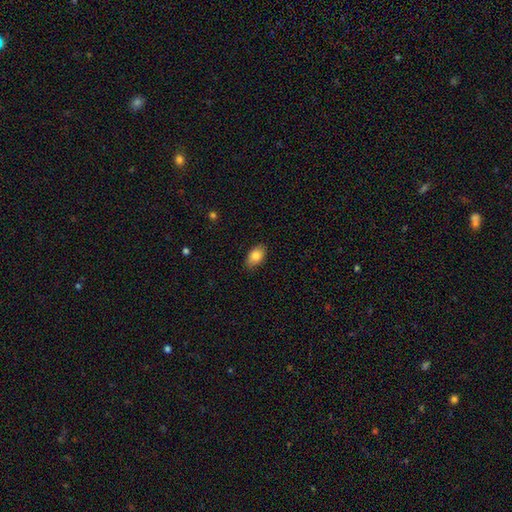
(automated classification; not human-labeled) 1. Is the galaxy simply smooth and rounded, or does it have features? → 84% smooth, 9% featured or disk, 7% star or artifact.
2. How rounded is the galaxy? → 91% in between, 7% round, 2% cigar-shaped.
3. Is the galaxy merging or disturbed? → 85% none, 12% minor disturbance, 2% major disturbance, 1% merger.